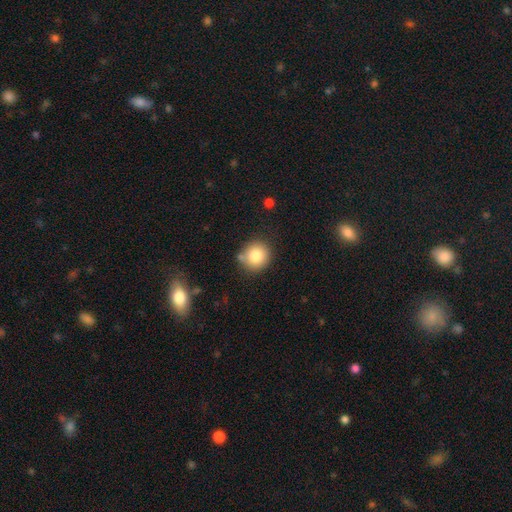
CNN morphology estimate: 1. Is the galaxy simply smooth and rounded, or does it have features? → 81% smooth, 10% star or artifact, 9% featured or disk.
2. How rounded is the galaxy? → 90% round, 9% in between, 1% cigar-shaped.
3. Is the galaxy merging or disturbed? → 78% none, 12% minor disturbance, 6% merger, 3% major disturbance.